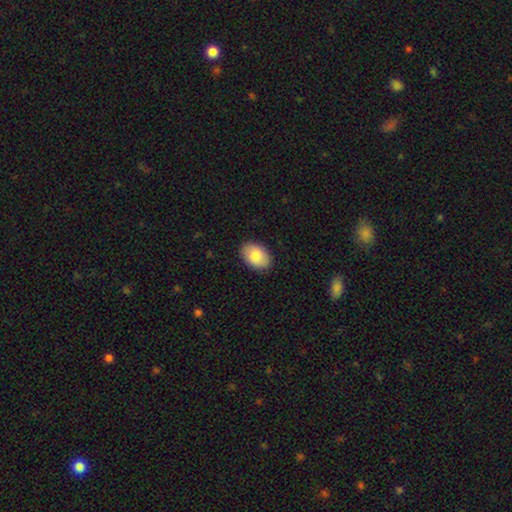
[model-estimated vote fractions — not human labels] A smooth galaxy with no disk features (85%) that is in between round and cigar-shaped (87%).

Vote fractions:
- Smooth or featured? smooth: 85% / featured or disk: 9% / star or artifact: 6%
- How rounded? in between: 87% / round: 12% / cigar-shaped: 1%
- Merging? none: 89% / minor disturbance: 8% / major disturbance: 2% / merger: 1%